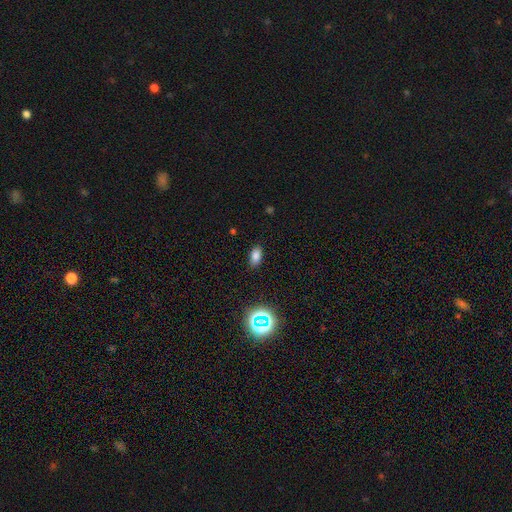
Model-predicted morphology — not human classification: This is likely a smooth galaxy (78%). How rounded: clearly in between (89%). Merging: clearly none (86%).